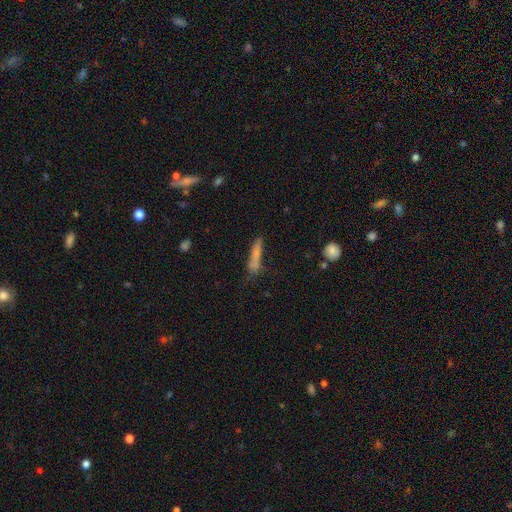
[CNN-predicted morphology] smooth-or-featured: smooth: 65% | featured or disk: 24% | star or artifact: 10%
  how-rounded: cigar-shaped: 86% | in between: 12% | round: 2%
  merging: none: 54% | minor disturbance: 23% | merger: 11% | major disturbance: 11%